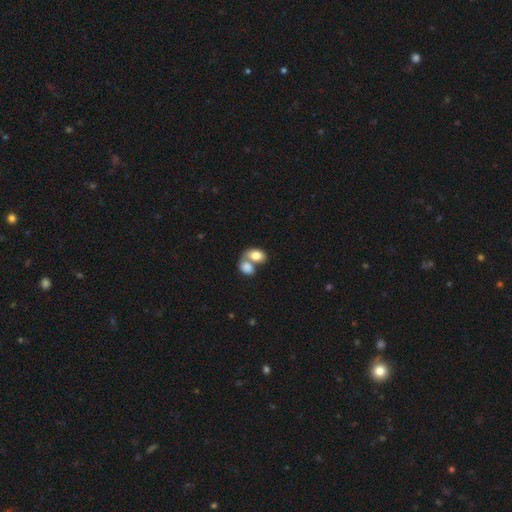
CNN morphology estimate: Smooth or featured: smooth — 79% (featured or disk — 13%)
How rounded: in between — 78% (round — 21%)
Merging: merger — 65% (none — 23%)